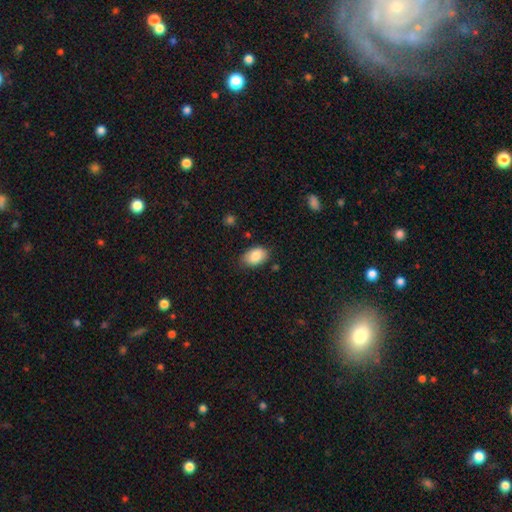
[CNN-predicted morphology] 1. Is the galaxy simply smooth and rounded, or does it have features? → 86% smooth, 7% featured or disk, 7% star or artifact.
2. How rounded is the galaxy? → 89% in between, 10% round, 1% cigar-shaped.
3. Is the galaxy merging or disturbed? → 76% none, 19% minor disturbance, 3% major disturbance, 2% merger.